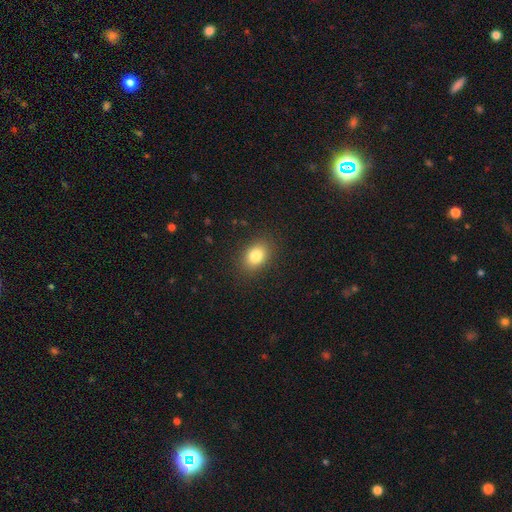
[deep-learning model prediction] This appears to be a smooth galaxy with no disk features (82%) that is in between round and cigar-shaped (70%). Merging: none (87%).